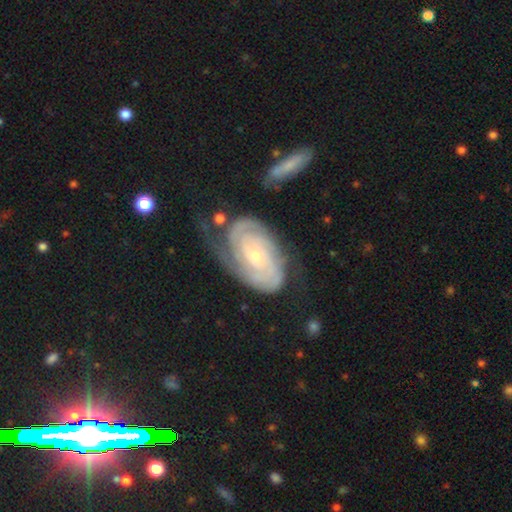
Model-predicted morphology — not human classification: This appears to be a featured or disk galaxy (86%) with no bar (67%), 2 (40%) tight (75%) spiral arms (97%) and a small central bulge (64%). Merging: none (58%).